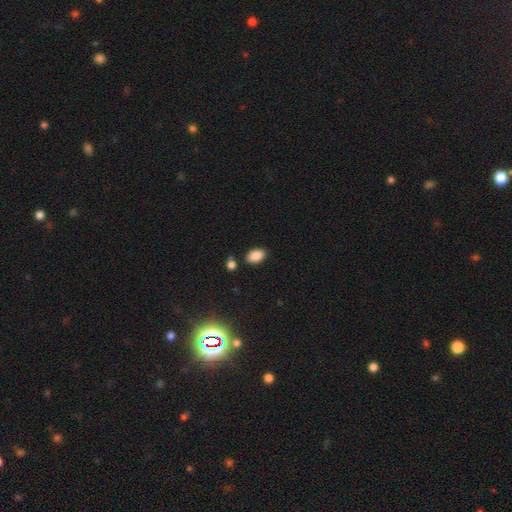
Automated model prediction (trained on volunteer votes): Smooth or featured?
  - smooth: 87% *
  - star or artifact: 9%
  - featured or disk: 5%
How rounded?
  - in between: 88% *
  - round: 11%
  - cigar-shaped: 1%
Merging?
  - none: 82% *
  - minor disturbance: 11%
  - merger: 5%
  - major disturbance: 2%